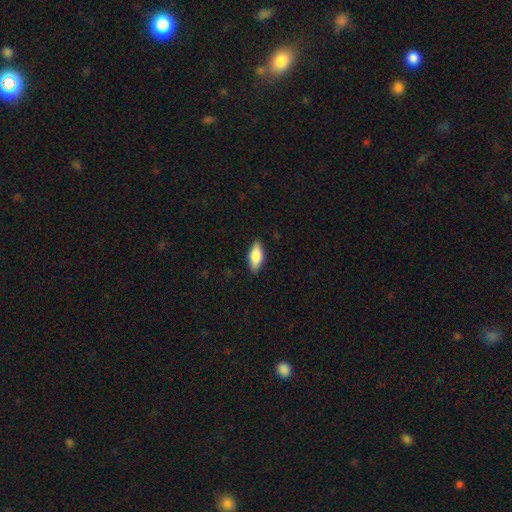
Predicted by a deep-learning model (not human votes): A smooth galaxy with no disk features (82%) that is in between round and cigar-shaped (84%).

Vote fractions:
- Smooth or featured? smooth: 82% / featured or disk: 12% / star or artifact: 6%
- How rounded? in between: 84% / cigar-shaped: 13% / round: 3%
- Merging? none: 86% / minor disturbance: 11% / major disturbance: 2% / merger: 1%